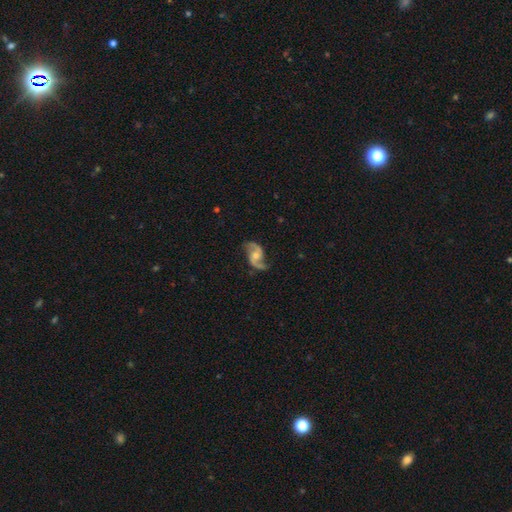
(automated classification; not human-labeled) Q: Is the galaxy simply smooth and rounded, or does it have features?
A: featured or disk — 90%.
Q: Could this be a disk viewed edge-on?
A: no — 98%.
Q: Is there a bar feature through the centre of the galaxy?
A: no — 54%.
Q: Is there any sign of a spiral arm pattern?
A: yes — 98%.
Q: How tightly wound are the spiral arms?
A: loose — 54%.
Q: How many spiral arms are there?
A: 2 — 94%.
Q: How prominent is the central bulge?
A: moderate — 53%.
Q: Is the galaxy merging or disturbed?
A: none — 79%.